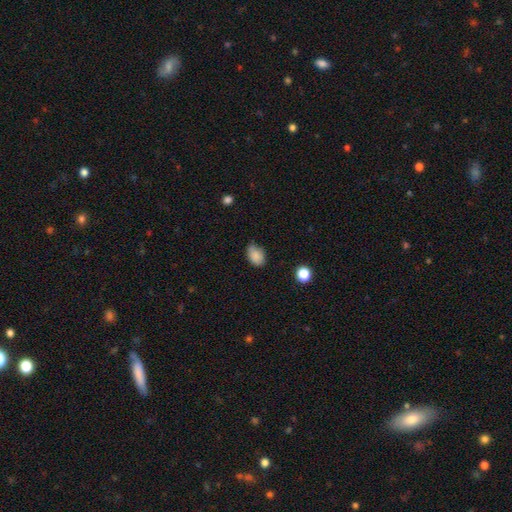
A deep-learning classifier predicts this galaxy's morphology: type=smooth (86%); roundness=in between (82%); merging=none (67%).